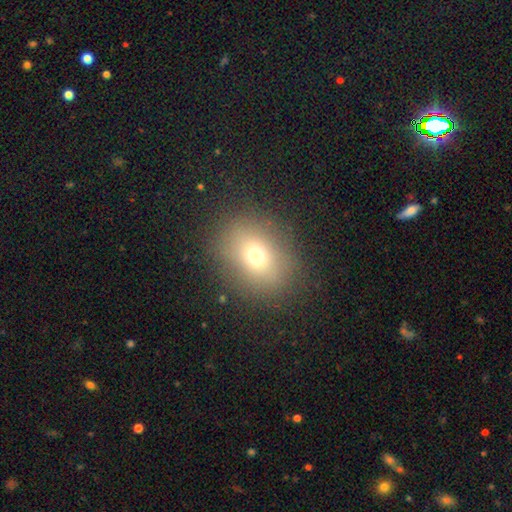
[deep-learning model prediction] This is likely a smooth galaxy (68%). How rounded: possibly round (50%). Merging: clearly none (84%).